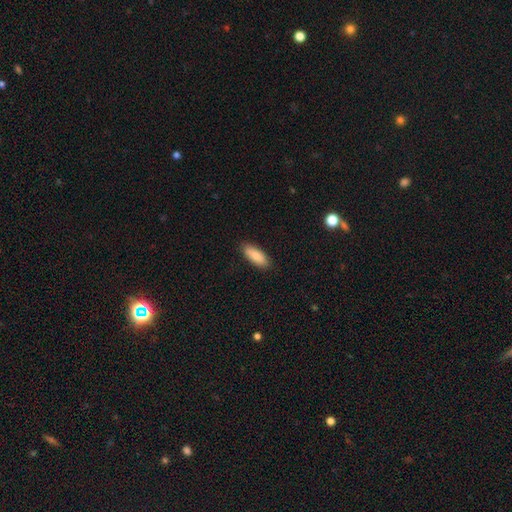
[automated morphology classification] A smooth galaxy with no disk features (85%) that is in between round and cigar-shaped (72%). Merging: none (88%).